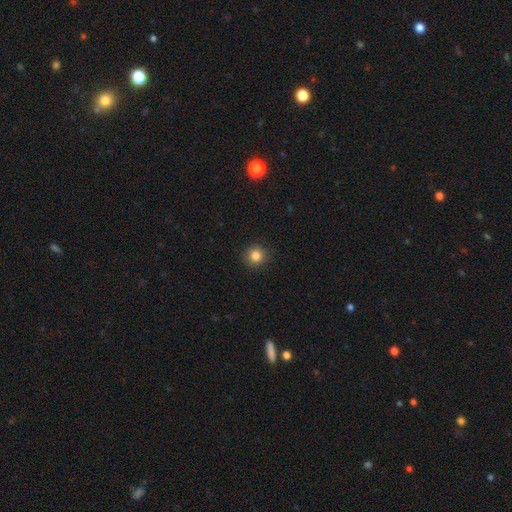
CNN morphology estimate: The model was most divided on "smooth or featured": smooth: 84%, star or artifact: 11%, featured or disk: 5%. More confident: how rounded — round (92%); merging — none (91%).